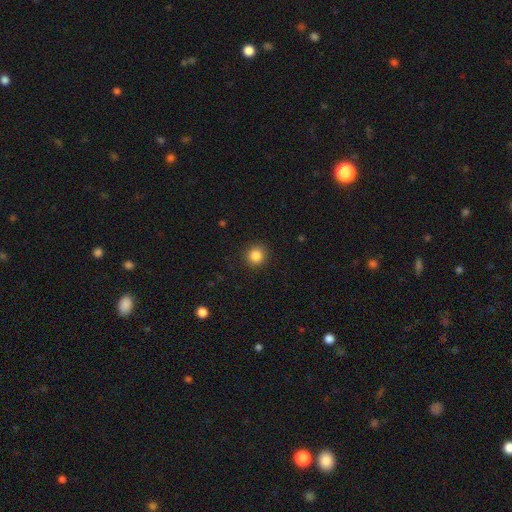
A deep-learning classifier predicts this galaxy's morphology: A smooth galaxy with no disk features (86%) that is round (92%). Merging: none (90%).